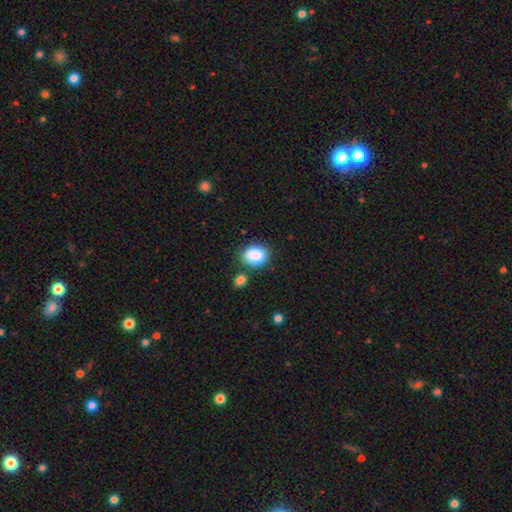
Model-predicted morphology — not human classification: Smooth or featured? smooth (86%)
How rounded? round (50%)
Merging? none (75%)